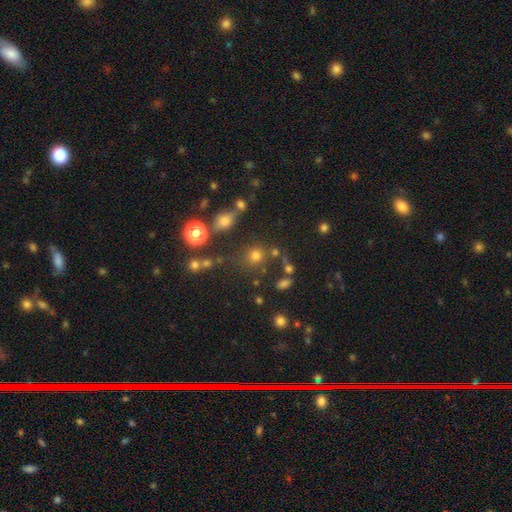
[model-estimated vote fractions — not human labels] This appears to be a smooth galaxy with no disk features (69%) that is round (84%). Merging: none (72%).